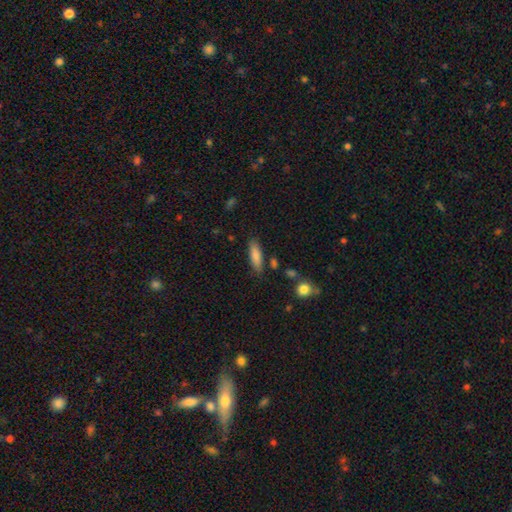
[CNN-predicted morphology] smooth-or-featured: smooth: 83% | featured or disk: 10% | star or artifact: 7%
  how-rounded: cigar-shaped: 51% | in between: 47% | round: 2%
  merging: none: 80% | minor disturbance: 13% | merger: 4% | major disturbance: 3%